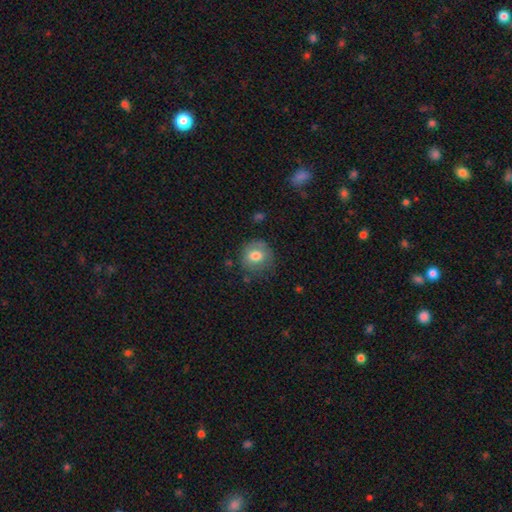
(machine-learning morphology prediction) Q: Smooth or featured?
A: smooth (75%); runner-up: featured or disk (17%)
Q: How rounded?
A: round (84%); runner-up: in between (15%)
Q: Merging?
A: none (69%); runner-up: minor disturbance (21%)